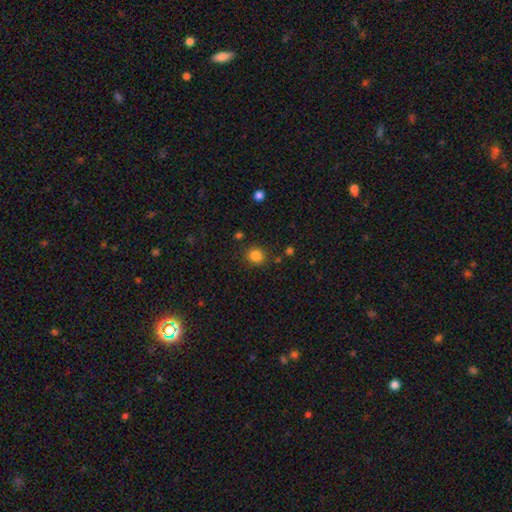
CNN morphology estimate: type=smooth (83%); roundness=round (84%); merging=none (85%).